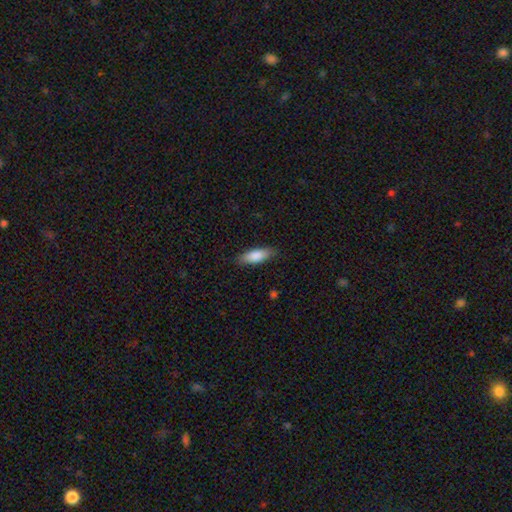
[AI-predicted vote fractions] Smooth or featured: smooth — 84% (featured or disk — 11%)
How rounded: in between — 64% (cigar-shaped — 34%)
Merging: none — 86% (minor disturbance — 11%)